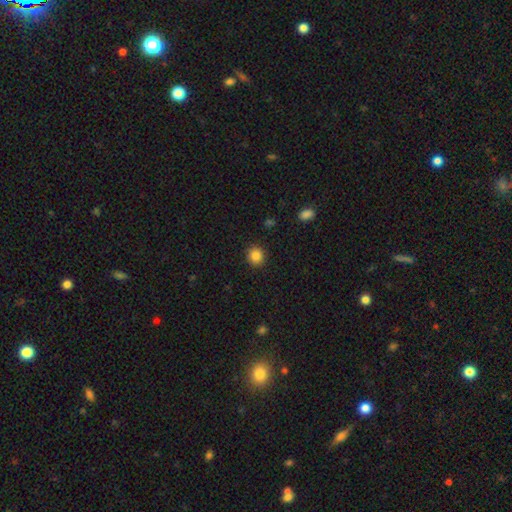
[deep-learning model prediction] A smooth galaxy with no disk features (86%) that is round (87%).

Vote fractions:
- Smooth or featured? smooth: 86% / star or artifact: 10% / featured or disk: 4%
- How rounded? round: 87% / in between: 12% / cigar-shaped: 1%
- Merging? none: 91% / minor disturbance: 6% / major disturbance: 2% / merger: 1%